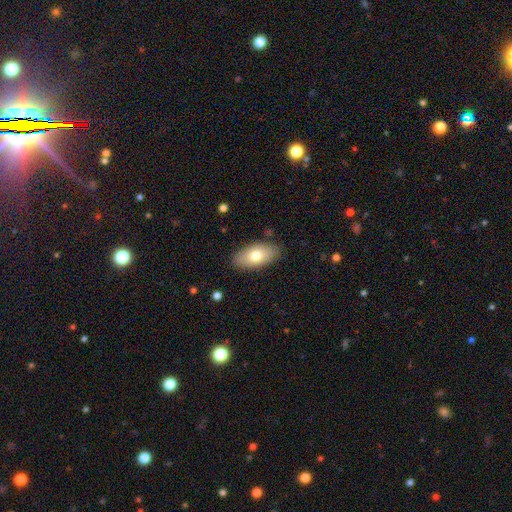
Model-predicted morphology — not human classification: The model was most divided on "smooth or featured": smooth: 75%, featured or disk: 19%, star or artifact: 7%. More confident: how rounded — in between (92%); merging — none (86%).